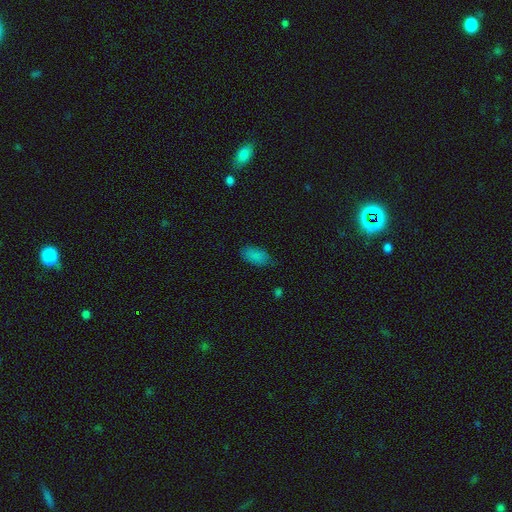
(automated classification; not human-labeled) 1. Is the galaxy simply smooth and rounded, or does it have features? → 84% smooth, 10% star or artifact, 6% featured or disk.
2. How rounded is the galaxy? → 93% in between, 4% cigar-shaped, 3% round.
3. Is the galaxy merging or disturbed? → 72% none, 22% minor disturbance, 4% major disturbance, 1% merger.